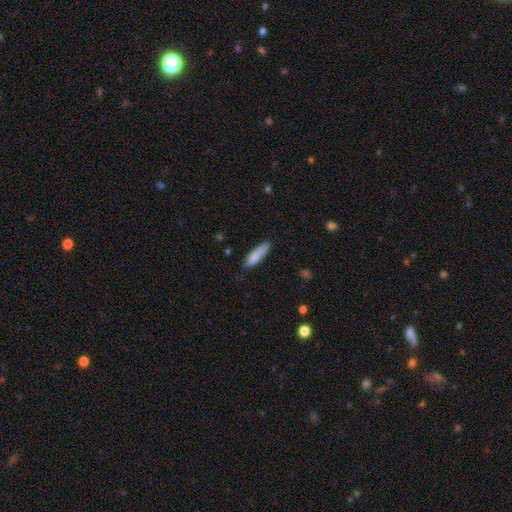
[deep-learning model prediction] smooth 84%, featured or disk 9%, star or artifact 6%. Down the decision tree: how rounded — cigar-shaped (68%); merging — none (75%).